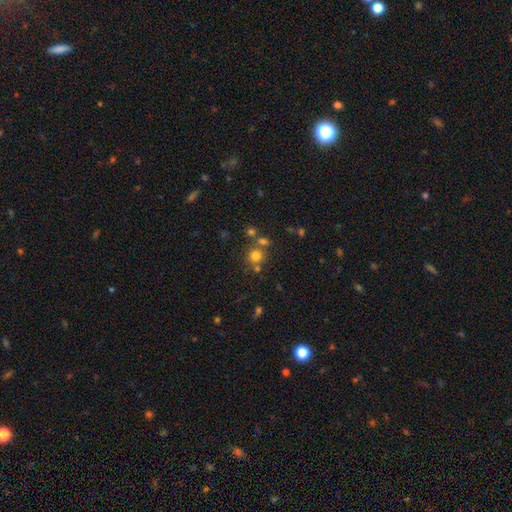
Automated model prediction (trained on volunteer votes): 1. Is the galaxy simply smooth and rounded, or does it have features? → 73% smooth, 18% star or artifact, 9% featured or disk.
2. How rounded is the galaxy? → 90% round, 9% in between, 1% cigar-shaped.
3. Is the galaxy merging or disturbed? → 66% none, 21% merger, 9% minor disturbance, 4% major disturbance.